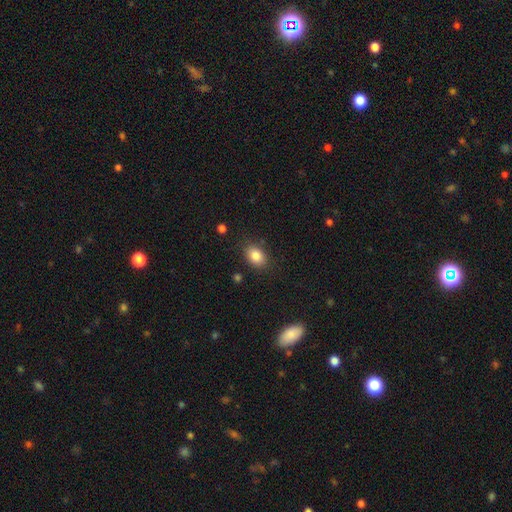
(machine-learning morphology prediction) A smooth galaxy with no disk features (85%) that is in between round and cigar-shaped (72%).

Vote fractions:
- Smooth or featured? smooth: 85% / star or artifact: 9% / featured or disk: 6%
- How rounded? in between: 72% / round: 27% / cigar-shaped: 1%
- Merging? none: 84% / minor disturbance: 11% / major disturbance: 3% / merger: 2%